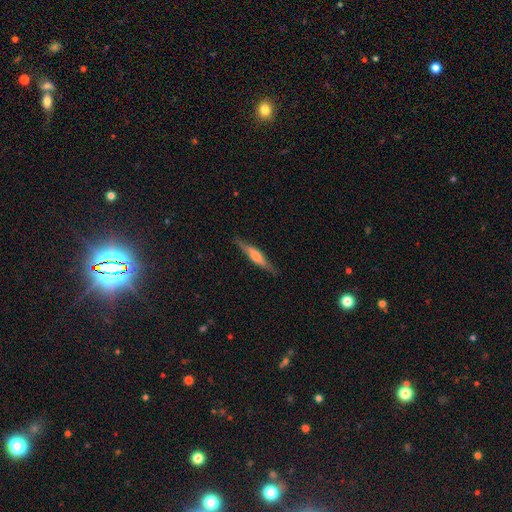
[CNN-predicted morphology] Smooth or featured? Predicted: featured or disk (p=0.58). Edge-on disk? Predicted: yes (p=0.96). Edge-on bulge? Predicted: rounded (p=0.66). Merging? Predicted: none (p=0.87).